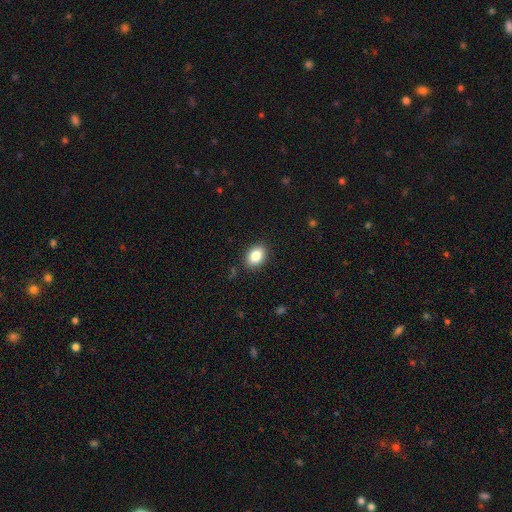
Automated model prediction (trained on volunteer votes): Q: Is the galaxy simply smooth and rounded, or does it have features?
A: smooth — 85%.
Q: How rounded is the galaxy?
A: in between — 76%.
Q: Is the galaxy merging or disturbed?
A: none — 88%.